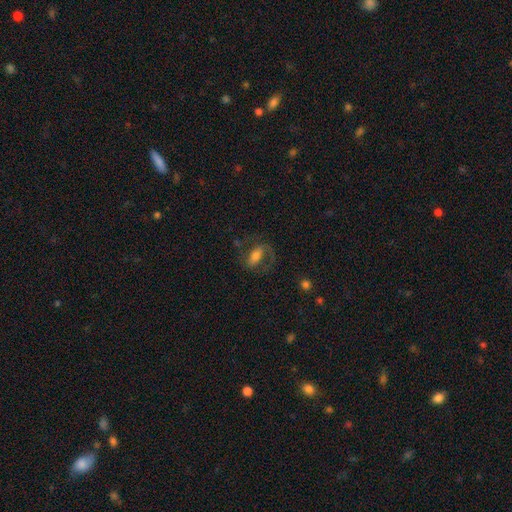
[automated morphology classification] This appears to be a featured or disk galaxy (52%). Merging: none (57%).